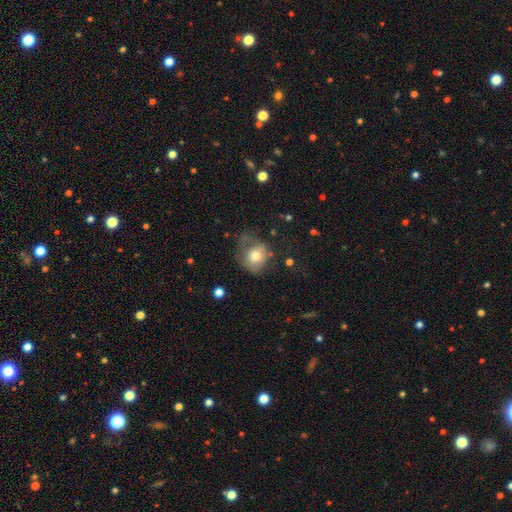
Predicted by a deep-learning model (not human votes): Morphology: type=smooth (70%); roundness=round (65%); merging=none (36%).